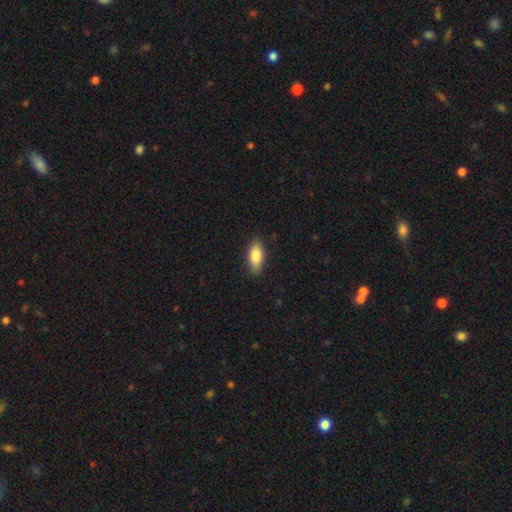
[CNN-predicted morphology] A smooth galaxy with no disk features (84%) that is in between round and cigar-shaped (84%).

Vote fractions:
- Smooth or featured? smooth: 84% / featured or disk: 10% / star or artifact: 6%
- How rounded? in between: 84% / cigar-shaped: 14% / round: 2%
- Merging? none: 87% / minor disturbance: 10% / major disturbance: 2% / merger: 1%